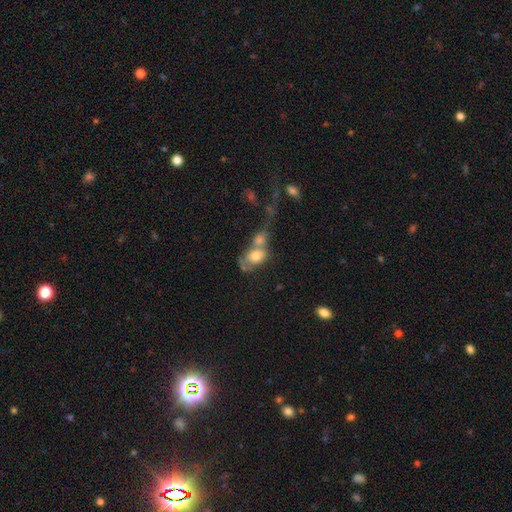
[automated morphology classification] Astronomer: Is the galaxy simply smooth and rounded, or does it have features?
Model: smooth — 68%.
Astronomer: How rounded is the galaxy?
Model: in between — 71%.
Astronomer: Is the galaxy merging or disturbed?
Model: merger — 66%.